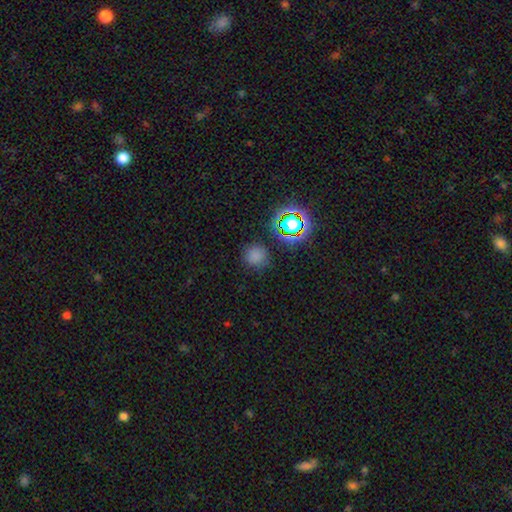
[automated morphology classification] This appears to be a smooth galaxy with no disk features (70%) that is round (92%). Merging: none (83%).